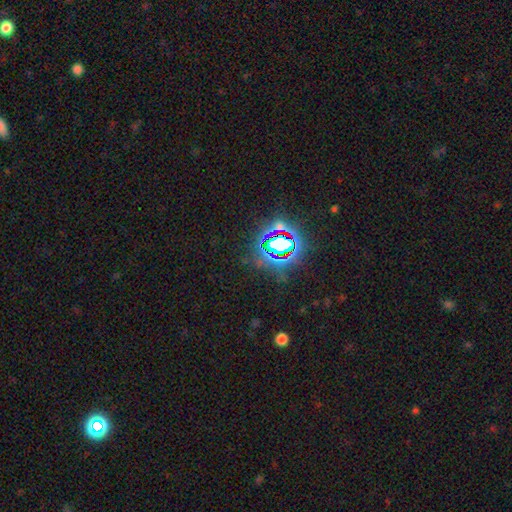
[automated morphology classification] This appears to be a star or artifact, not a galaxy (80%).